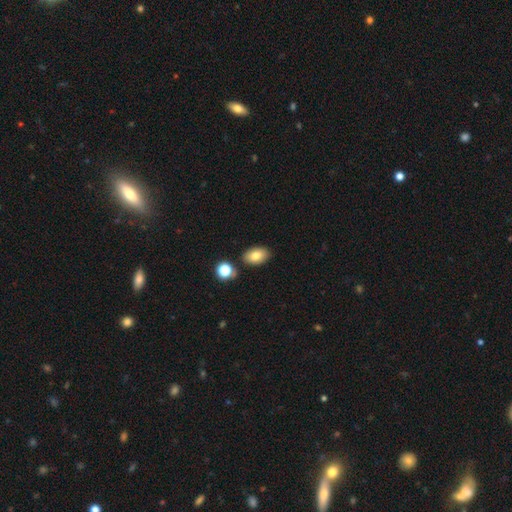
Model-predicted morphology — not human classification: Smooth or featured? smooth (81%)
How rounded? in between (88%)
Merging? none (84%)